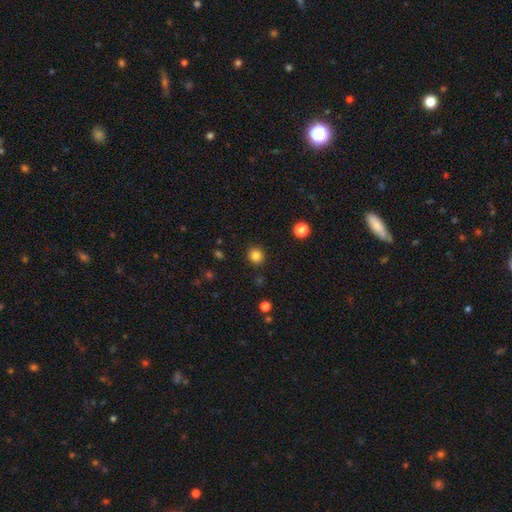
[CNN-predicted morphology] Smooth or featured?
  - smooth: 83% *
  - star or artifact: 12%
  - featured or disk: 5%
How rounded?
  - round: 87% *
  - in between: 12%
  - cigar-shaped: 1%
Merging?
  - none: 91% *
  - minor disturbance: 6%
  - major disturbance: 2%
  - merger: 1%